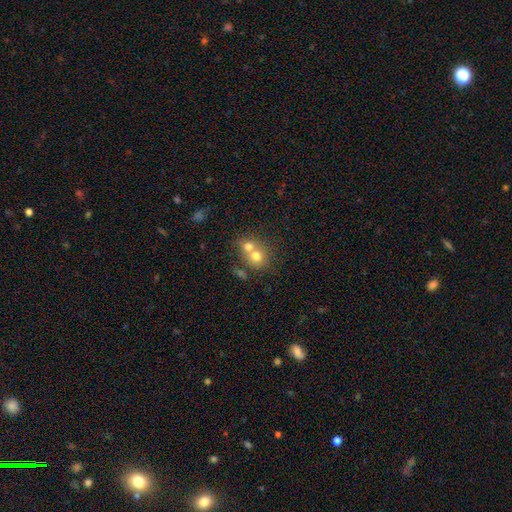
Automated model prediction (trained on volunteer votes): Smooth or featured?
  - smooth: 70% *
  - featured or disk: 19%
  - star or artifact: 11%
How rounded?
  - round: 74% *
  - in between: 25%
  - cigar-shaped: 1%
Merging?
  - merger: 63% *
  - none: 28%
  - minor disturbance: 6%
  - major disturbance: 3%